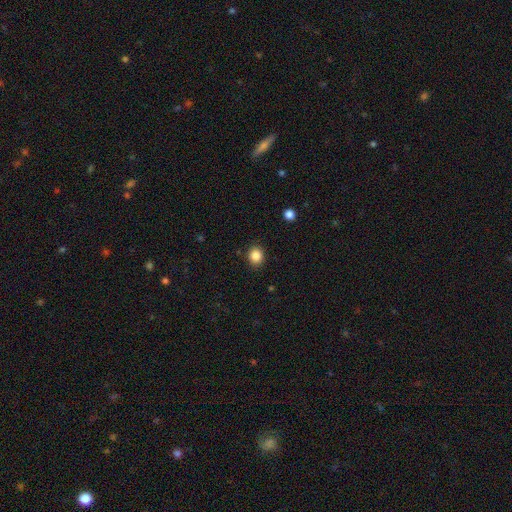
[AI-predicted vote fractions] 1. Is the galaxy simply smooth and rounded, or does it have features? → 86% smooth, 11% star or artifact, 4% featured or disk.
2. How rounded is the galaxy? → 76% round, 23% in between, 1% cigar-shaped.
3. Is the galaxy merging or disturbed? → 89% none, 7% minor disturbance, 2% major disturbance, 1% merger.